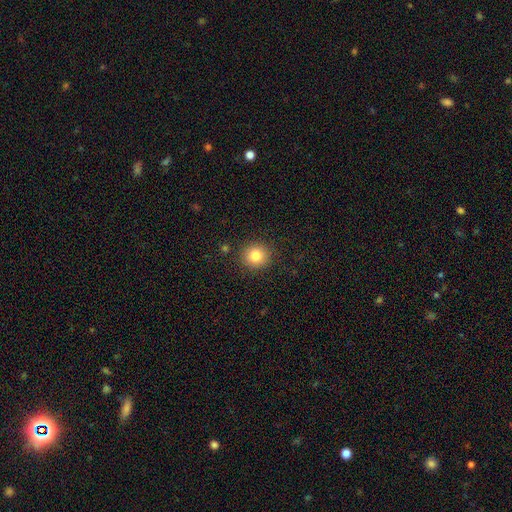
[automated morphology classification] Smooth or featured: smooth — 82% (star or artifact — 11%)
How rounded: round — 90% (in between — 9%)
Merging: none — 89% (minor disturbance — 7%)